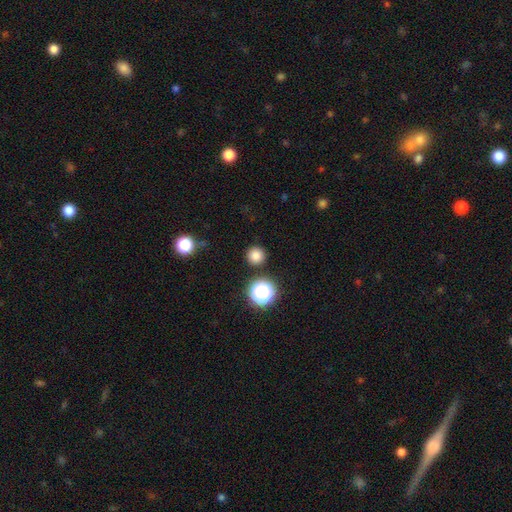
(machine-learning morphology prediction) The model was most divided on "smooth or featured": smooth: 80%, star or artifact: 15%, featured or disk: 4%. More confident: how rounded — round (96%); merging — none (90%).